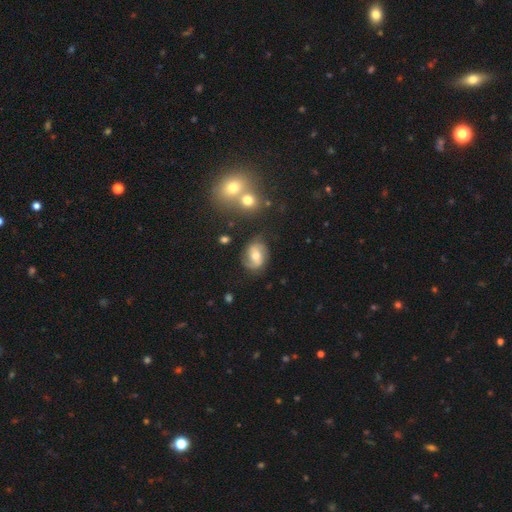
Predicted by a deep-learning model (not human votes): Smooth or featured?
  - featured or disk: 63% *
  - smooth: 29%
  - star or artifact: 9%
Edge-on disk?
  - no: 97% *
  - yes: 3%
Bar?
  - weak: 44% *
  - no: 38%
  - strong: 18%
Spiral arms?
  - yes: 86% *
  - no: 14%
Spiral winding?
  - medium: 42% *
  - loose: 36%
  - tight: 21%
Spiral arm count?
  - 2: 82% *
  - can't tell: 9%
  - 1: 3%
  - 3: 3%
  - 4: 1%
  - more than 4: 1%
Bulge size?
  - moderate: 69% *
  - small: 21%
  - large: 7%
  - none: 2%
  - dominant: 1%
Merging?
  - none: 75% *
  - minor disturbance: 16%
  - major disturbance: 6%
  - merger: 3%